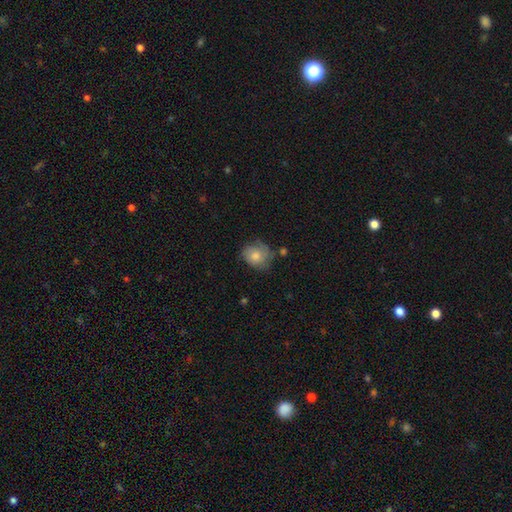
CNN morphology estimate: This appears to be a smooth galaxy with no disk features (61%) that is round (68%). Merging: none (58%).